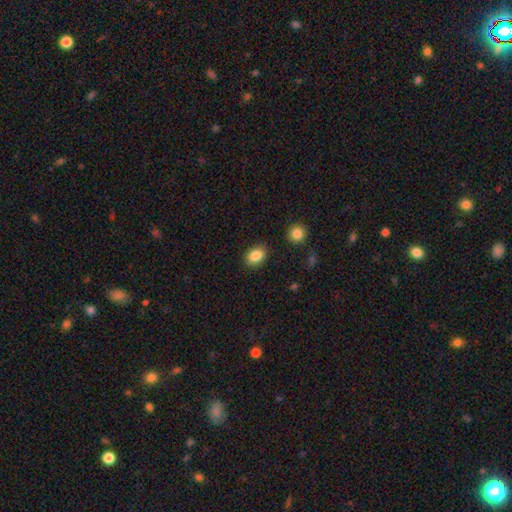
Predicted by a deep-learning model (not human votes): This appears to be a smooth galaxy with no disk features (86%) that is in between round and cigar-shaped (76%). Merging: none (87%).